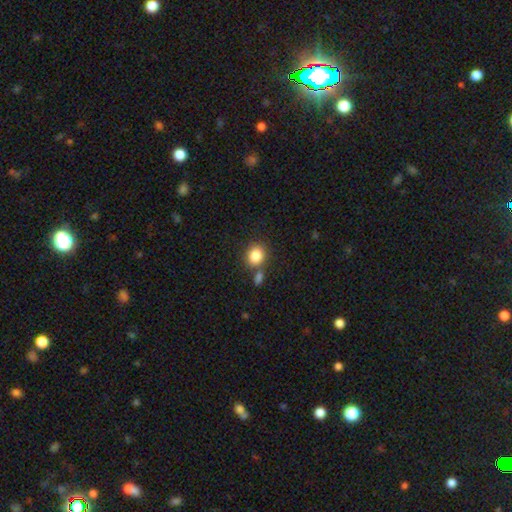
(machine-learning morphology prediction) Smooth or featured: smooth — 85% (star or artifact — 9%)
How rounded: round — 71% (in between — 28%)
Merging: none — 67% (merger — 18%)